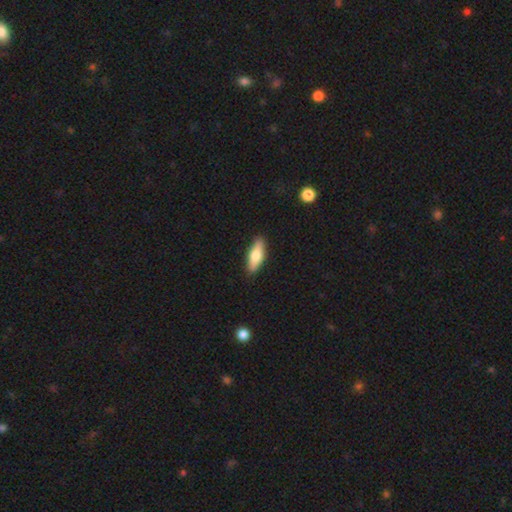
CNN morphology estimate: A smooth galaxy with no disk features (68%) that is in between round and cigar-shaped (55%).

Vote fractions:
- Smooth or featured? smooth: 68% / featured or disk: 26% / star or artifact: 6%
- How rounded? in between: 55% / cigar-shaped: 42% / round: 2%
- Merging? none: 88% / minor disturbance: 9% / major disturbance: 2% / merger: 1%